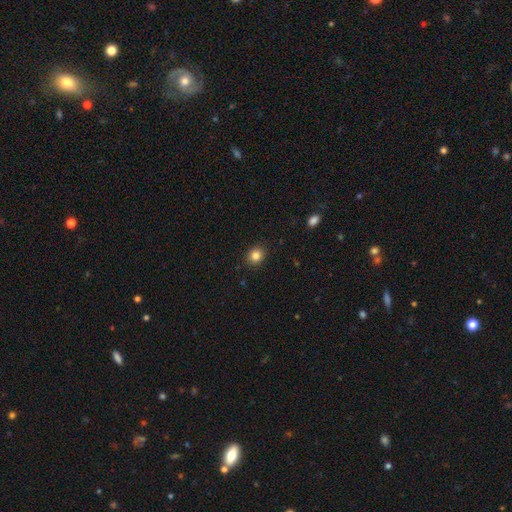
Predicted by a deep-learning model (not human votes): A smooth galaxy with no disk features (84%) that is round (71%). Merging: none (90%).